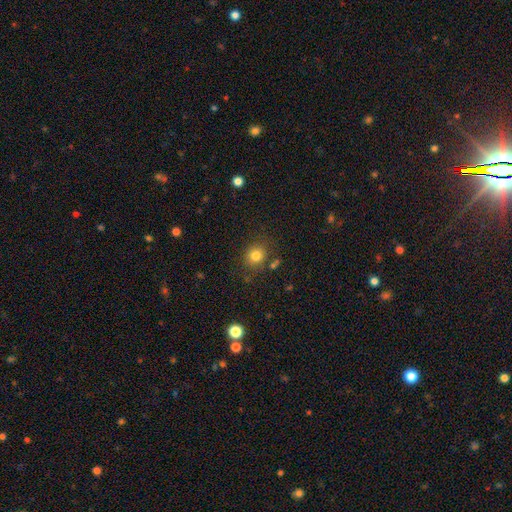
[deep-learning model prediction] This is clearly a smooth galaxy (80%). How rounded: likely round (77%). Merging: clearly none (81%).